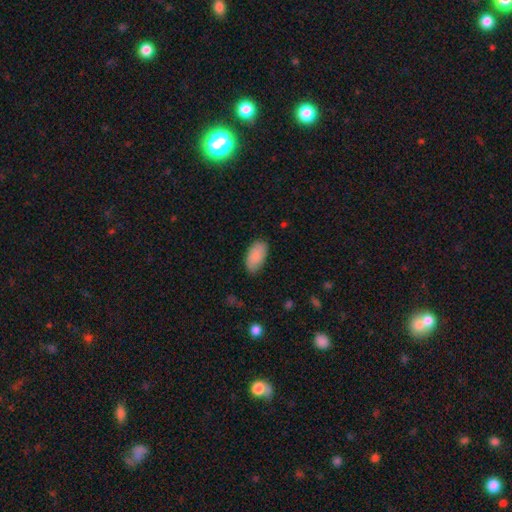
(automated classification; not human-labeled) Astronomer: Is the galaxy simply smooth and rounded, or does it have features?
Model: smooth — 89%.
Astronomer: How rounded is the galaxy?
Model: in between — 94%.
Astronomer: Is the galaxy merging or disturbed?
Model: none — 80%.